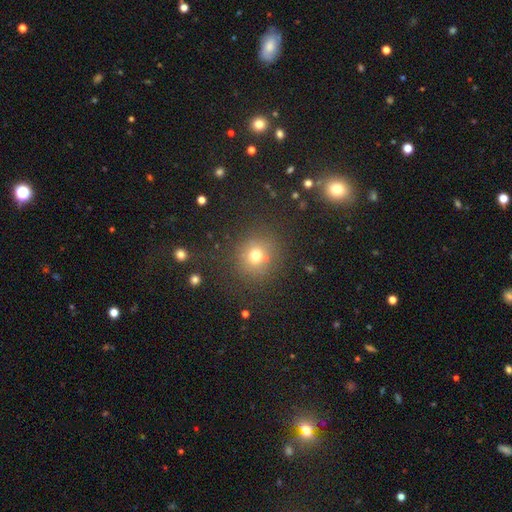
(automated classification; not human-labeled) smooth-or-featured: smooth: 71% | star or artifact: 18% | featured or disk: 10%
  how-rounded: round: 85% | in between: 13% | cigar-shaped: 1%
  merging: none: 78% | minor disturbance: 11% | merger: 6% | major disturbance: 5%